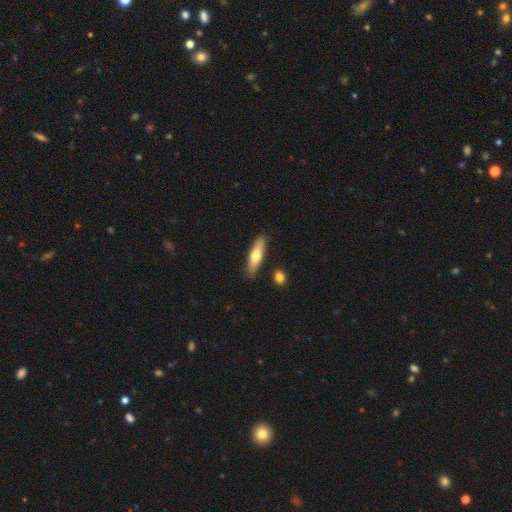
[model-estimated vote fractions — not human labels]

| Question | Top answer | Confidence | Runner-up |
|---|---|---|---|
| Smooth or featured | smooth | 59% | featured or disk (36%) |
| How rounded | cigar-shaped | 69% | in between (29%) |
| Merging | none | 85% | minor disturbance (10%) |